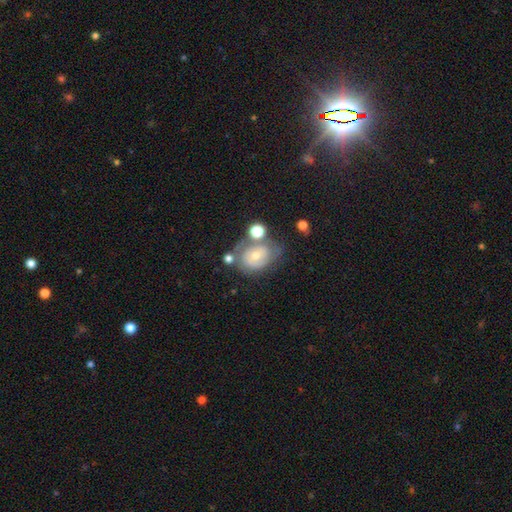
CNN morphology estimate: Smooth or featured? Predicted: featured or disk (p=0.52). Edge-on disk? Predicted: no (p=0.96). Merging? Predicted: none (p=0.41).